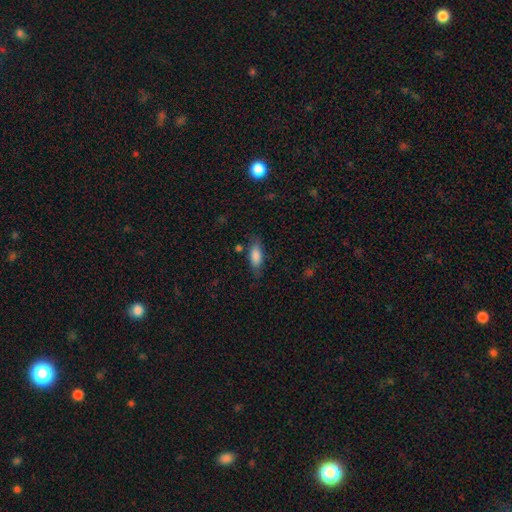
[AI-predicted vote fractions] The model was most divided on "how rounded": in between: 72%, cigar-shaped: 25%, round: 2%. More confident: smooth or featured — smooth (82%); merging — none (72%).